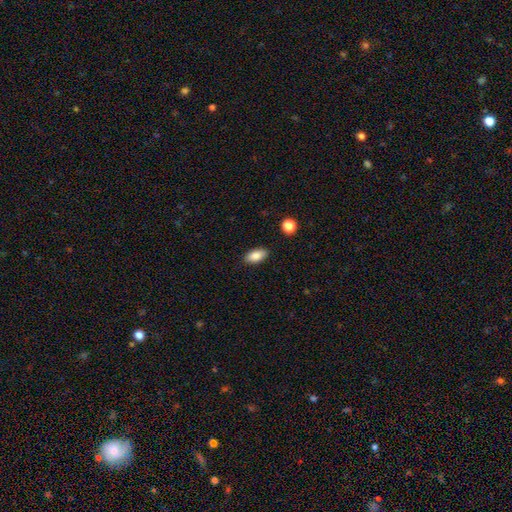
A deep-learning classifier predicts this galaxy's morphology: Smooth or featured? Predicted: smooth (p=0.85). How rounded? Predicted: in between (p=0.91). Merging? Predicted: none (p=0.88).